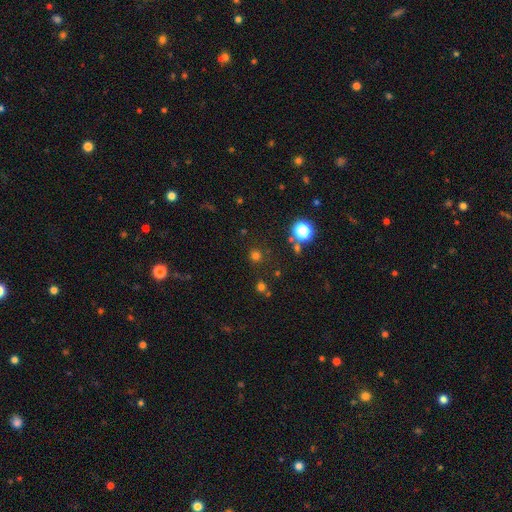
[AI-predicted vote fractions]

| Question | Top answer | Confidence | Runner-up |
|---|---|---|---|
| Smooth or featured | smooth | 69% | star or artifact (26%) |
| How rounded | round | 94% | in between (5%) |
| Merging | none | 86% | minor disturbance (7%) |